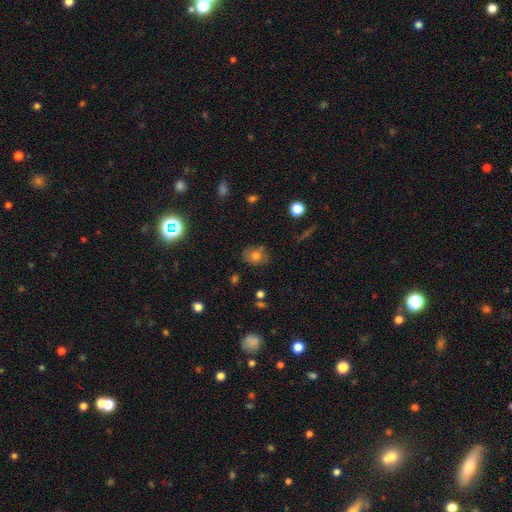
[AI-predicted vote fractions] Smooth or featured? smooth (73%)
How rounded? in between (50%)
Merging? none (78%)